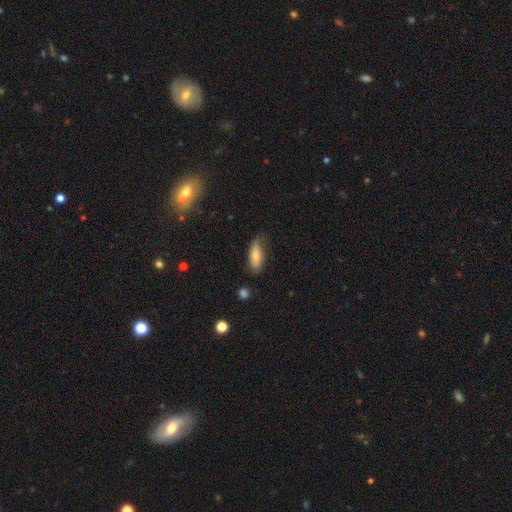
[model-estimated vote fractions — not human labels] Morphology: type=smooth (78%); roundness=in between (74%); merging=none (64%).